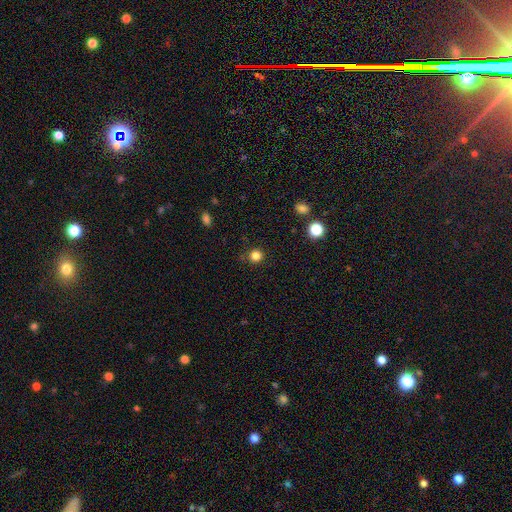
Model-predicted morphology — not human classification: smooth_or_featured: smooth (p=0.83) [alt: star or artifact p=0.13]
how_rounded: round (p=0.91) [alt: in between p=0.08]
merging: none (p=0.88) [alt: minor disturbance p=0.08]